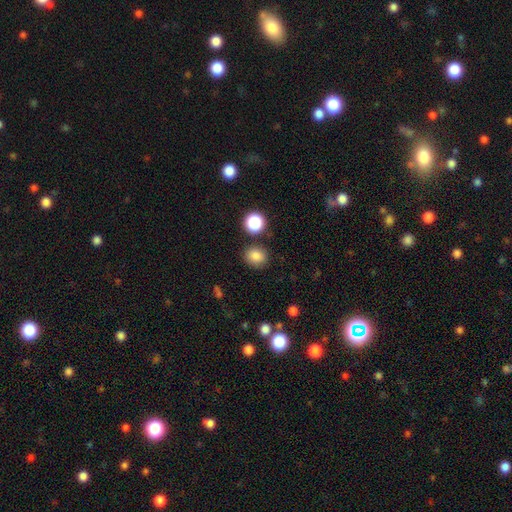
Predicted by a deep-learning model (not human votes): smooth-or-featured: smooth: 83% | star or artifact: 12% | featured or disk: 5%
  how-rounded: round: 70% | in between: 29% | cigar-shaped: 1%
  merging: none: 84% | minor disturbance: 9% | merger: 5% | major disturbance: 3%